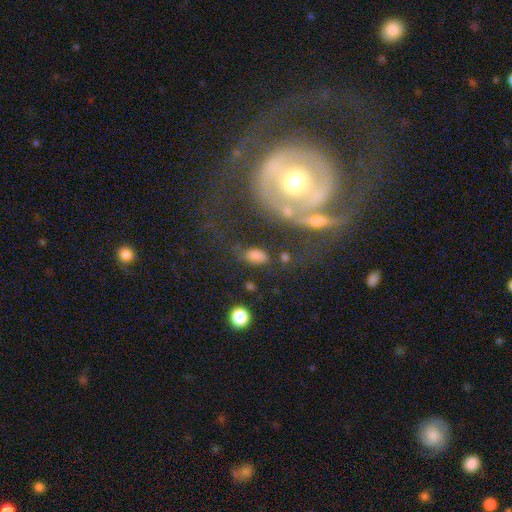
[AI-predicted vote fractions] Smooth or featured? smooth (78%)
How rounded? in between (89%)
Merging? none (64%)